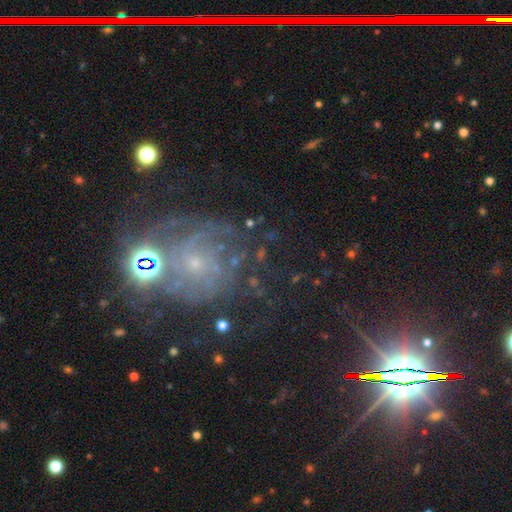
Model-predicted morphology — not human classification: Q: Smooth or featured?
A: featured or disk (61%); runner-up: star or artifact (28%)
Q: Edge-on disk?
A: no (96%); runner-up: yes (4%)
Q: Bar?
A: no (73%); runner-up: weak (20%)
Q: Spiral arms?
A: yes (88%); runner-up: no (12%)
Q: Spiral winding?
A: tight (59%); runner-up: medium (31%)
Q: Spiral arm count?
A: can't tell (43%); runner-up: 3 (15%)
Q: Bulge size?
A: small (76%); runner-up: moderate (15%)
Q: Merging?
A: none (59%); runner-up: minor disturbance (17%)